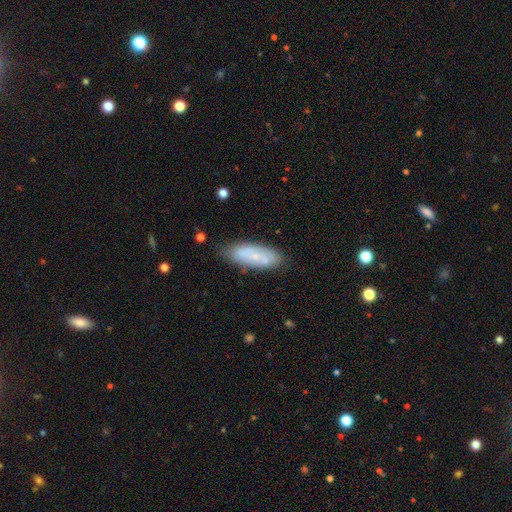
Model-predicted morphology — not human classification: Smooth or featured: smooth — 63% (featured or disk — 30%)
How rounded: in between — 69% (cigar-shaped — 29%)
Merging: none — 74% (minor disturbance — 18%)